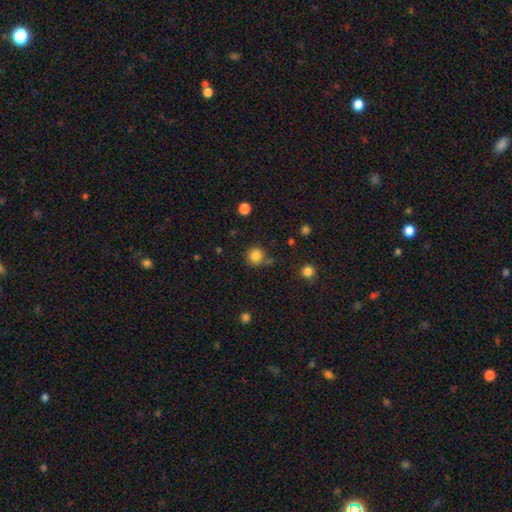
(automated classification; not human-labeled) A smooth galaxy with no disk features (84%) that is round (92%). Merging: none (76%).